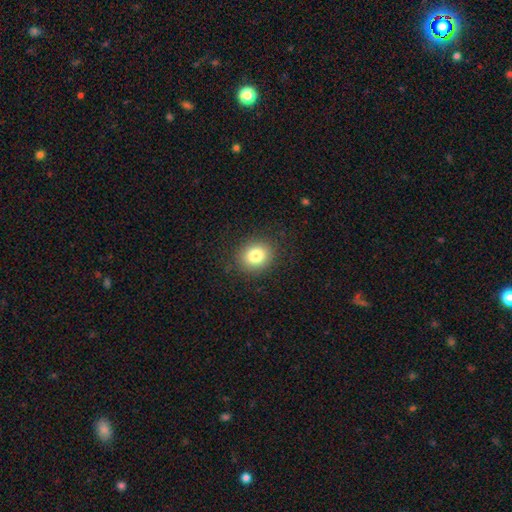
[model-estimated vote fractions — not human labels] A smooth galaxy with no disk features (81%) that is round (68%).

Vote fractions:
- Smooth or featured? smooth: 81% / star or artifact: 11% / featured or disk: 8%
- How rounded? round: 68% / in between: 31% / cigar-shaped: 1%
- Merging? none: 87% / minor disturbance: 9% / major disturbance: 3% / merger: 1%